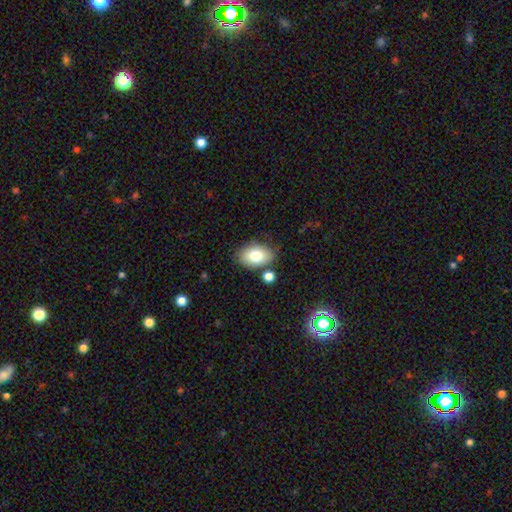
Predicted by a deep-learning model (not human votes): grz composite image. It shows a smooth galaxy with no disk features (78%) that is in between round and cigar-shaped (86%). Merging: none (77%).